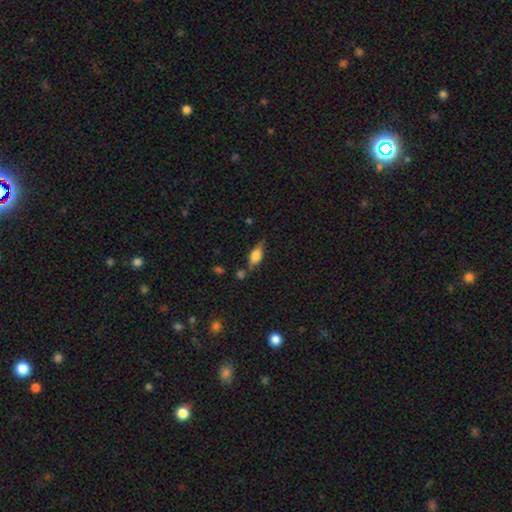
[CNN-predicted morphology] Q: Smooth or featured?
A: smooth (68%); runner-up: featured or disk (23%)
Q: How rounded?
A: in between (78%); runner-up: cigar-shaped (17%)
Q: Merging?
A: none (61%); runner-up: minor disturbance (25%)